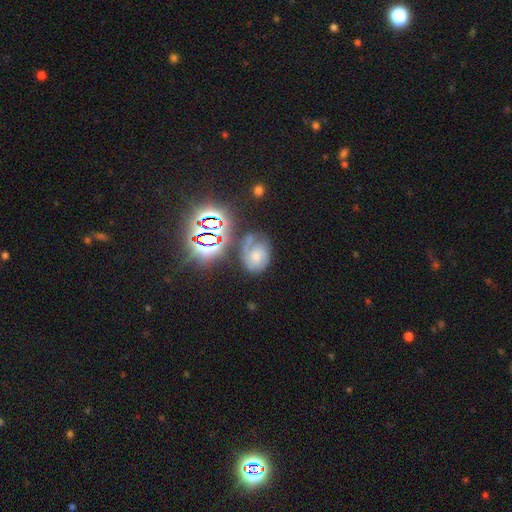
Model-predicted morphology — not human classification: smooth_or_featured: featured or disk (p=0.50) [alt: smooth p=0.32]
merging: none (p=0.50) [alt: minor disturbance p=0.25]